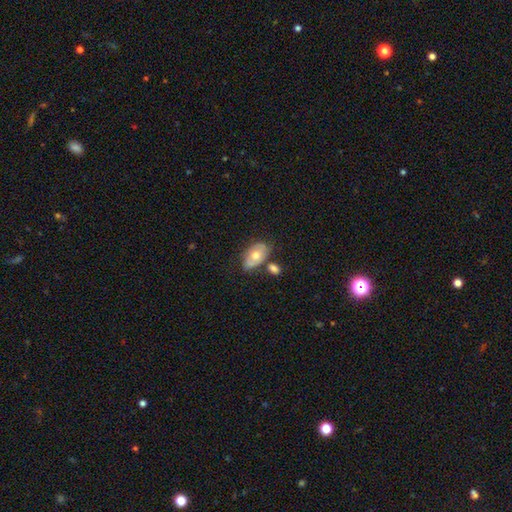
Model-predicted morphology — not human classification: Smooth or featured: smooth — 61% (featured or disk — 31%)
How rounded: in between — 89% (round — 9%)
Merging: none — 58% (minor disturbance — 20%)